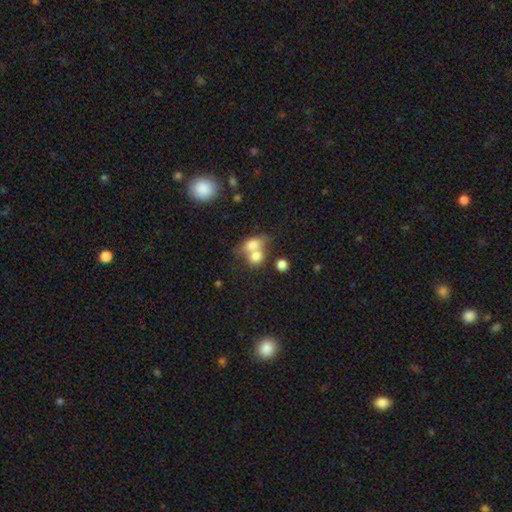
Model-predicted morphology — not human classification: This is likely a smooth galaxy (74%). How rounded: possibly in between (52%). Merging: likely merger (64%).